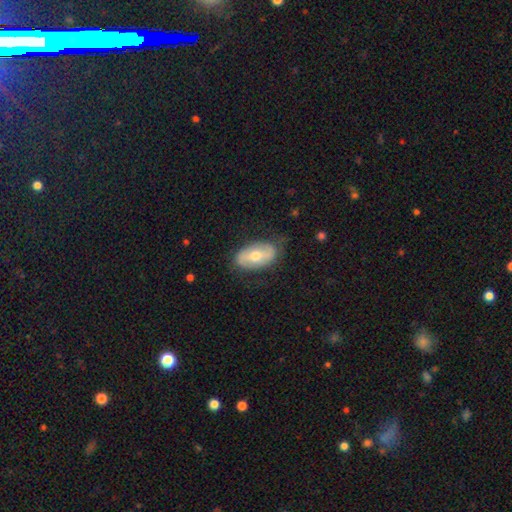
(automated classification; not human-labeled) Smooth or featured? featured or disk (49%)
Merging? none (76%)